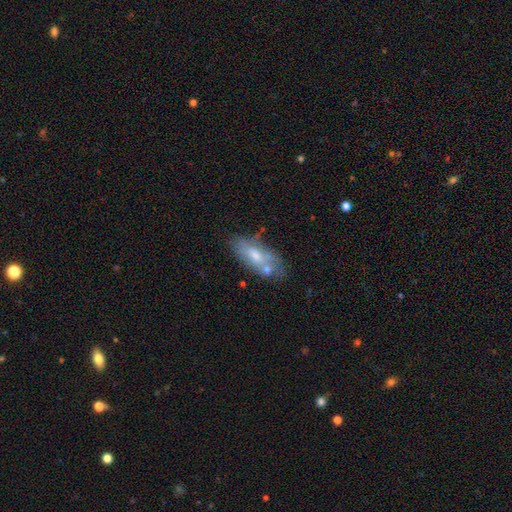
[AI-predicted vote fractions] smooth-or-featured: smooth: 53% | featured or disk: 39% | star or artifact: 7%
  how-rounded: in between: 79% | cigar-shaped: 18% | round: 3%
  merging: none: 53% | minor disturbance: 22% | merger: 17% | major disturbance: 8%